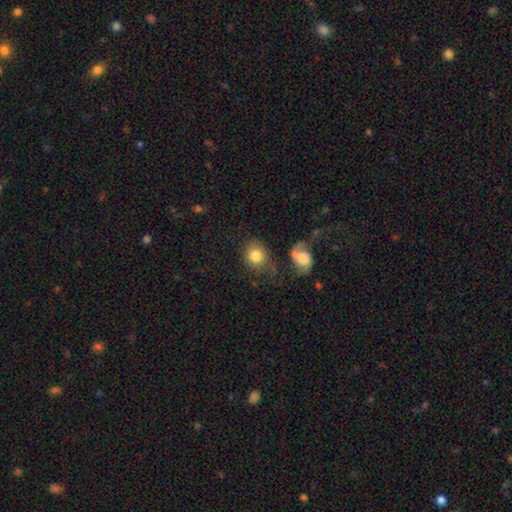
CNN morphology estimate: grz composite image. It shows a smooth galaxy with no disk features (81%) that is round (68%). Merging: none (56%).